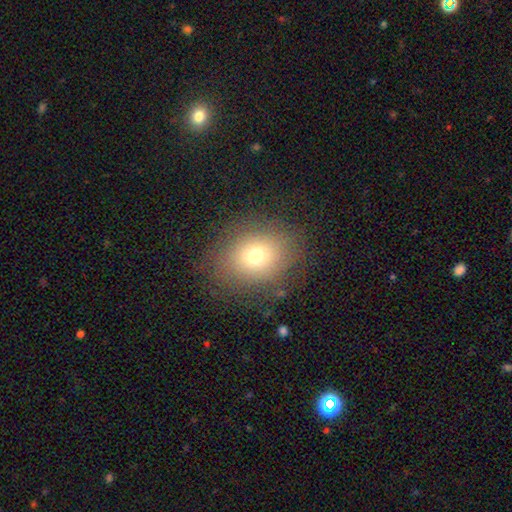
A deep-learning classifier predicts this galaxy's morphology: A smooth galaxy with no disk features (72%) that is round (55%). Merging: none (81%).